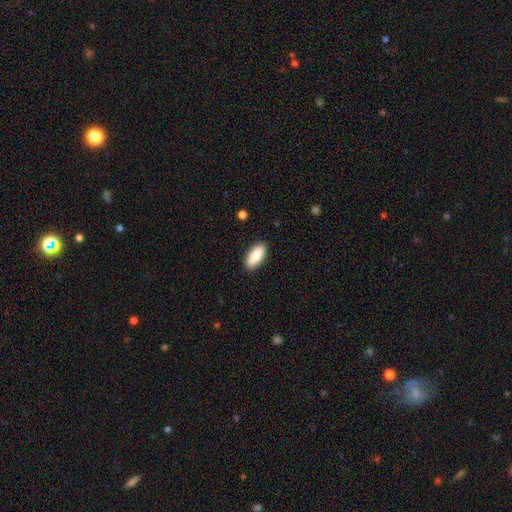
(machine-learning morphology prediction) type=smooth (88%); roundness=in between (85%); merging=none (89%).